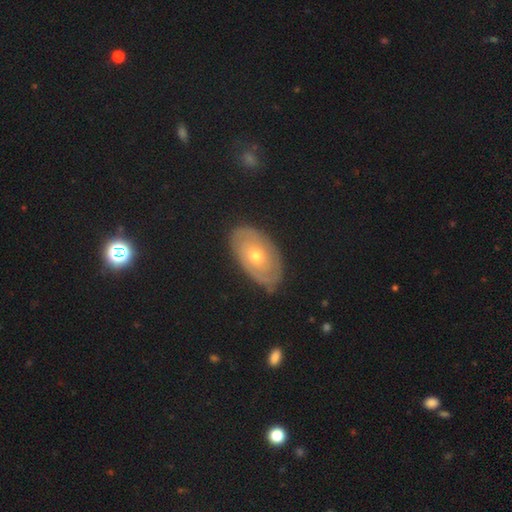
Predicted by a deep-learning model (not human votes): Smooth or featured? featured or disk (63%)
Edge-on disk? no (92%)
Bar? no (85%)
Spiral arms? yes (66%)
Bulge size? moderate (57%)
Merging? none (83%)